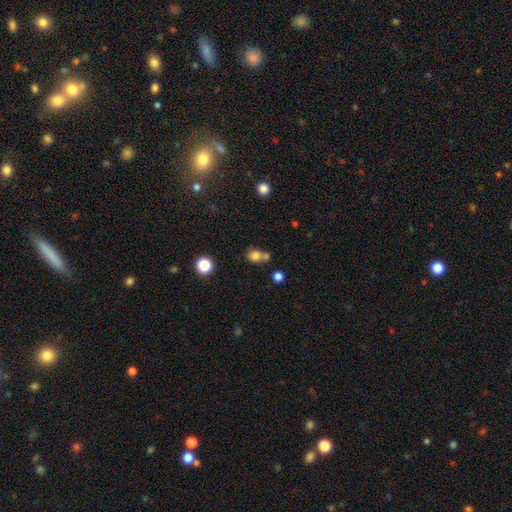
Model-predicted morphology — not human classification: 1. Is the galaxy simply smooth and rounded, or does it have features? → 79% smooth, 13% star or artifact, 8% featured or disk.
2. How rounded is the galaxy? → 67% round, 32% in between, 1% cigar-shaped.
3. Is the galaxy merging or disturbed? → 47% none, 36% merger, 12% minor disturbance, 5% major disturbance.